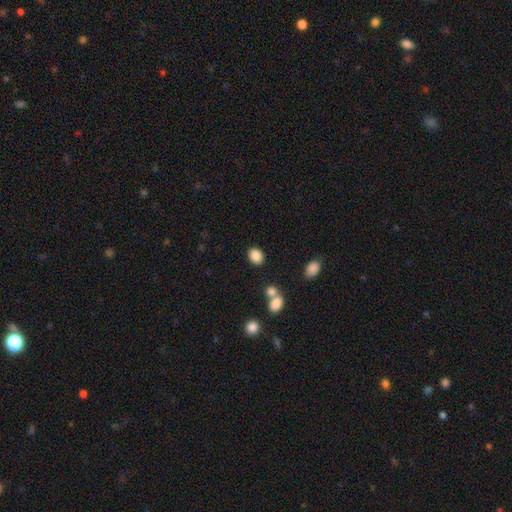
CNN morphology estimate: type=smooth (87%); roundness=in between (57%); merging=none (81%).